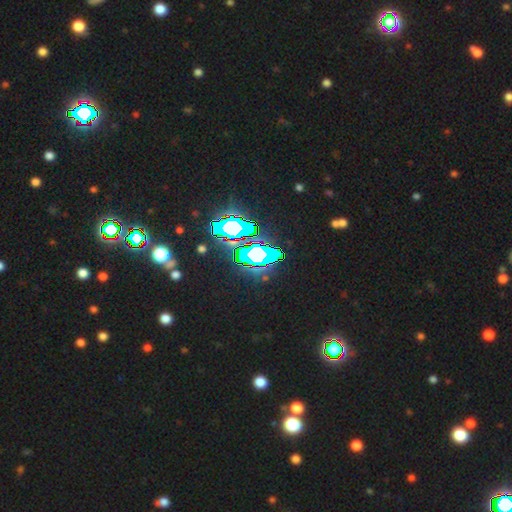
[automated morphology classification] A star or artifact, not a galaxy (66%).

Vote fractions:
- Smooth or featured? star or artifact: 66% / featured or disk: 17% / smooth: 17%